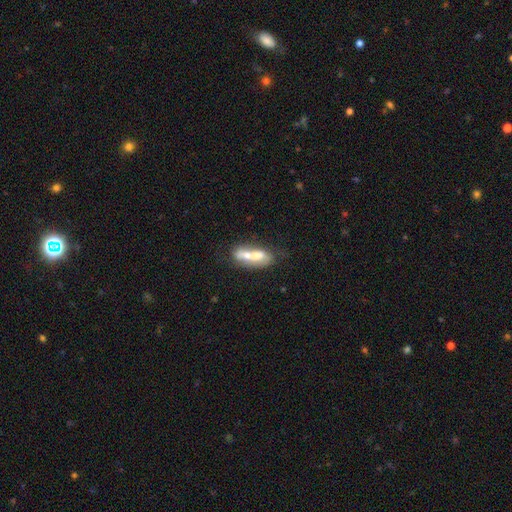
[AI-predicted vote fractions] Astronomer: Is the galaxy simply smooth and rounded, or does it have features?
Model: smooth — 46%, tied with featured or disk at 46%.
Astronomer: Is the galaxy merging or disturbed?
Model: merger — 48% (runner-up: none, 31%).